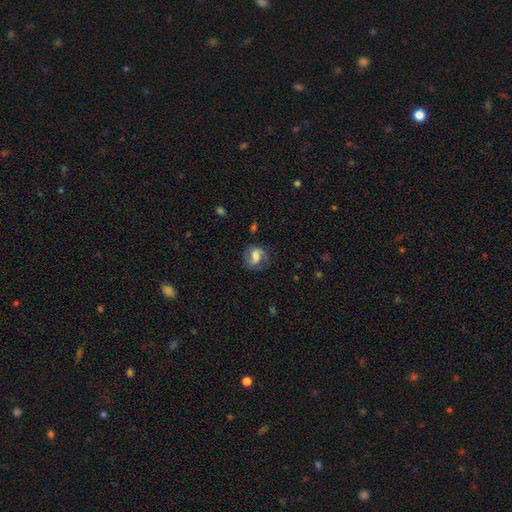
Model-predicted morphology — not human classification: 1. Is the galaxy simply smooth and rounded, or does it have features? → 49% featured or disk, 42% smooth, 9% star or artifact.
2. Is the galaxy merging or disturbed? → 67% none, 20% minor disturbance, 11% major disturbance, 2% merger.